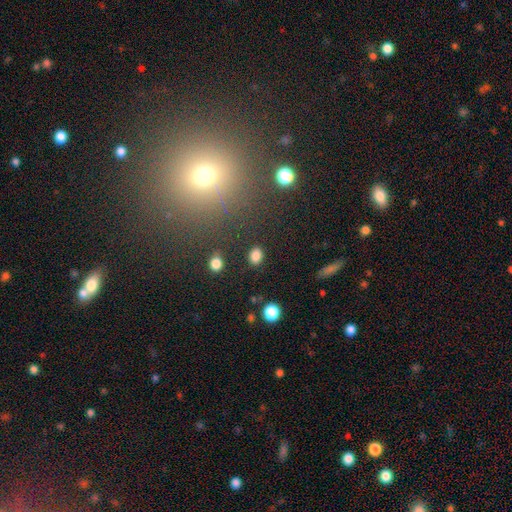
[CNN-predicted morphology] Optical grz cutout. It shows a smooth galaxy with no disk features (84%) that is in between round and cigar-shaped (57%). Merging: none (86%).